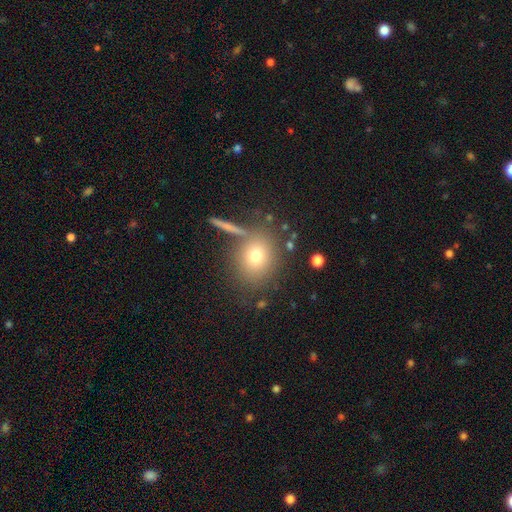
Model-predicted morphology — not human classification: smooth 70%, star or artifact 15%, featured or disk 15%. Down the decision tree: how rounded — round (71%); merging — none (75%).